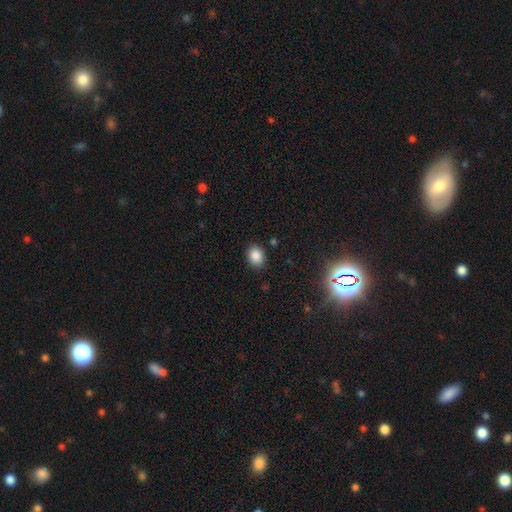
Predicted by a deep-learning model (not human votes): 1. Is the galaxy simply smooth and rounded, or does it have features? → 86% smooth, 10% star or artifact, 4% featured or disk.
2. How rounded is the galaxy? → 59% in between, 40% round, 1% cigar-shaped.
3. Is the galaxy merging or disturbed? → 87% none, 9% minor disturbance, 2% major disturbance, 2% merger.